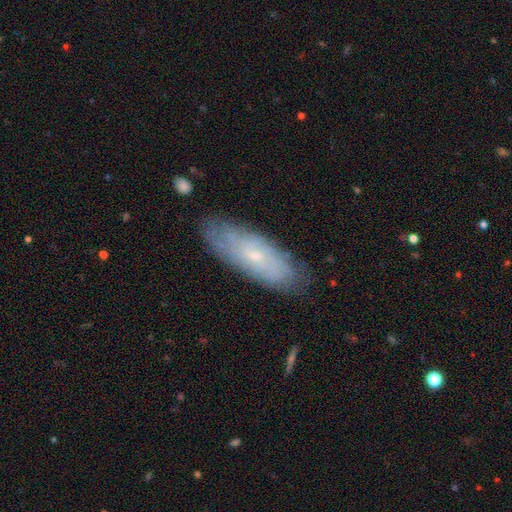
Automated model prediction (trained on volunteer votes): A featured or disk galaxy (55%).

Vote fractions:
- Smooth or featured? featured or disk: 55% / smooth: 37% / star or artifact: 8%
- Edge-on disk? no: 80% / yes: 20%
- Merging? none: 78% / minor disturbance: 17% / major disturbance: 3% / merger: 2%